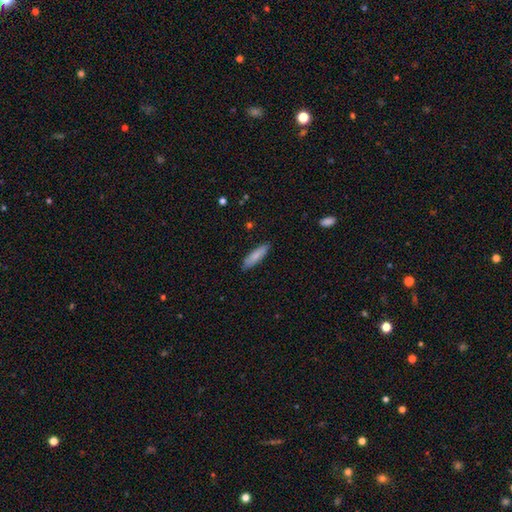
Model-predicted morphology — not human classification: Smooth or featured? smooth (81%)
How rounded? cigar-shaped (64%)
Merging? none (86%)